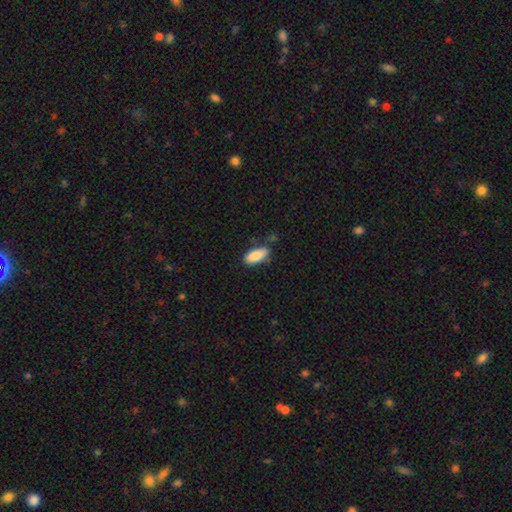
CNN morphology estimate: type=smooth (87%); roundness=in between (87%); merging=none (70%).